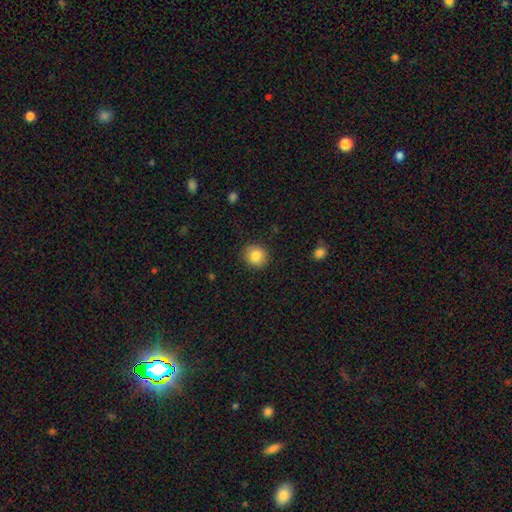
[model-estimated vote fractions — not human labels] smooth-or-featured: smooth: 84% | star or artifact: 9% | featured or disk: 6%
  how-rounded: round: 86% | in between: 13% | cigar-shaped: 1%
  merging: none: 89% | minor disturbance: 8% | major disturbance: 2% | merger: 1%